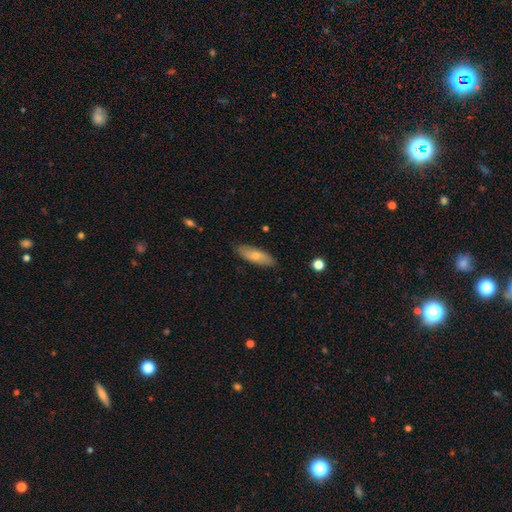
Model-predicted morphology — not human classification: type=smooth (74%); roundness=in between (62%); merging=none (83%).